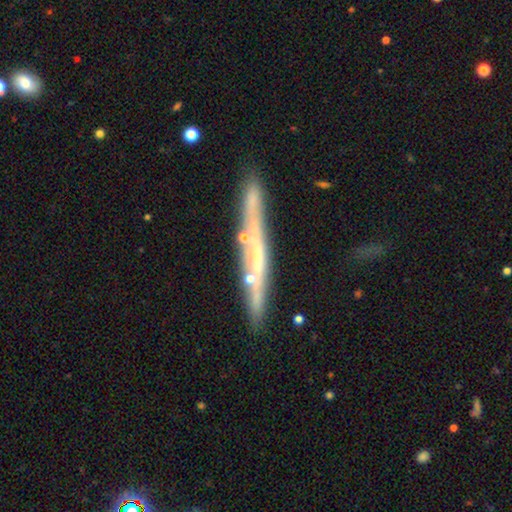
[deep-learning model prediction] A featured or disk galaxy (66%) viewed edge-on (92%) with no central bulge (70%). Merging: none (81%).